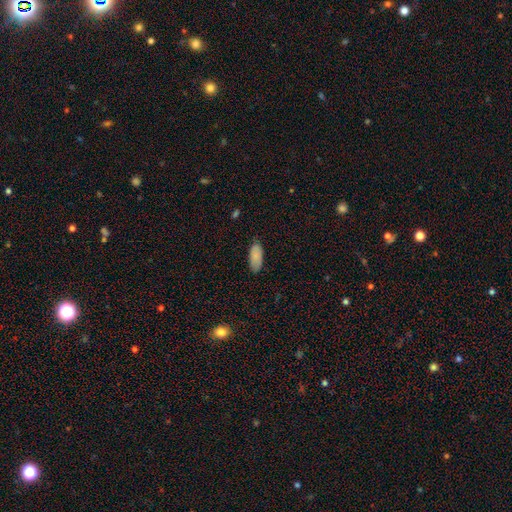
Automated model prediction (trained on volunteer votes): smooth_or_featured: smooth (p=0.87) [alt: featured or disk p=0.07]
how_rounded: in between (p=0.87) [alt: cigar-shaped p=0.11]
merging: none (p=0.78) [alt: minor disturbance p=0.18]